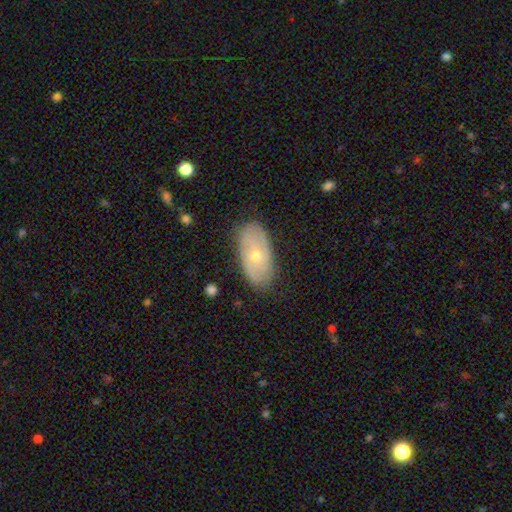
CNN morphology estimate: This appears to be a featured or disk galaxy (51%). Merging: none (81%).